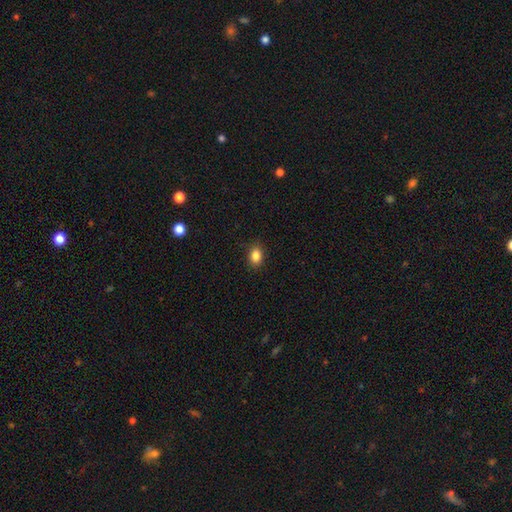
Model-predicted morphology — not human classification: Q: Smooth or featured?
A: smooth (86%); runner-up: star or artifact (10%)
Q: How rounded?
A: in between (74%); runner-up: round (24%)
Q: Merging?
A: none (88%); runner-up: minor disturbance (9%)